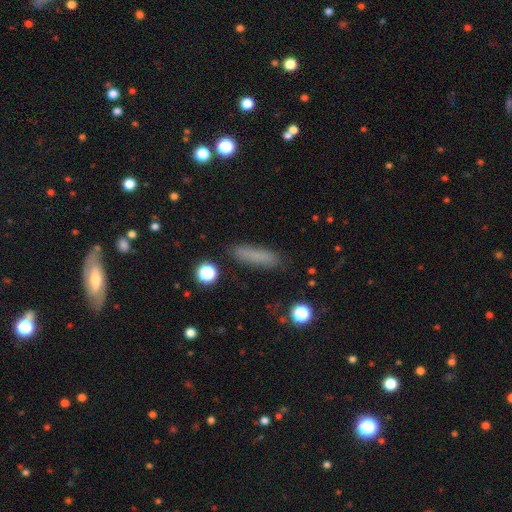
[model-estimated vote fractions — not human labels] A smooth galaxy with no disk features (78%) that is cigar-shaped (79%). Merging: none (85%).